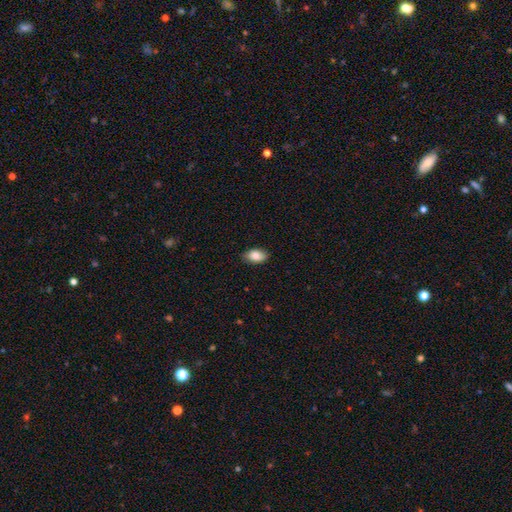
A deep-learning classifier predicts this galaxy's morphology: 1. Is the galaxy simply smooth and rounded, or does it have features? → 85% smooth, 8% featured or disk, 7% star or artifact.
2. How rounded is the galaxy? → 91% in between, 7% round, 2% cigar-shaped.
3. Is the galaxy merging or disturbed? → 86% none, 11% minor disturbance, 2% major disturbance, 1% merger.